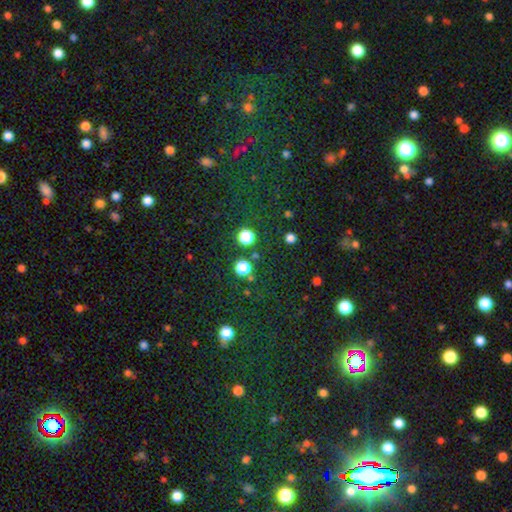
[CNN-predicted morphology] Smooth or featured: star or artifact — 49% (smooth — 45%)